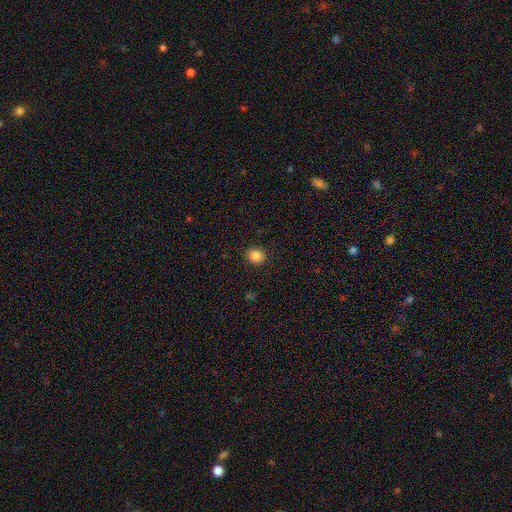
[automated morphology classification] smooth_or_featured: smooth (p=0.86) [alt: star or artifact p=0.10]
how_rounded: round (p=0.75) [alt: in between p=0.24]
merging: none (p=0.91) [alt: minor disturbance p=0.06]